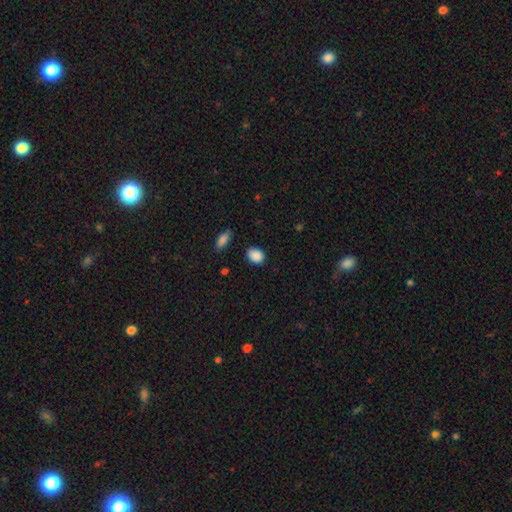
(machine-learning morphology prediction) Smooth or featured? Predicted: smooth (p=0.89). How rounded? Predicted: in between (p=0.55). Merging? Predicted: none (p=0.84).